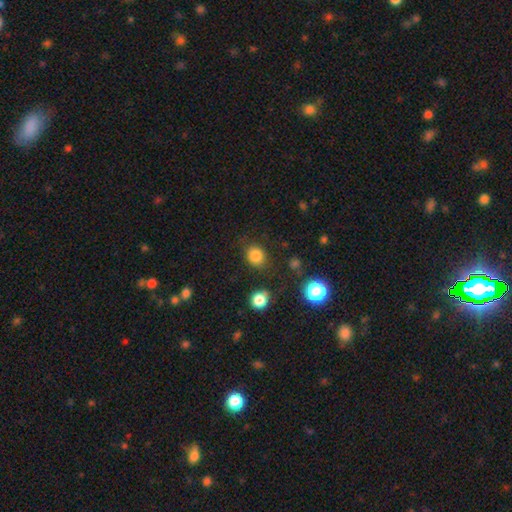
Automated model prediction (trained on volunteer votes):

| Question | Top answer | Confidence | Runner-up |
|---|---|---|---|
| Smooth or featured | smooth | 82% | star or artifact (13%) |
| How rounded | round | 68% | in between (31%) |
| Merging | none | 79% | minor disturbance (13%) |